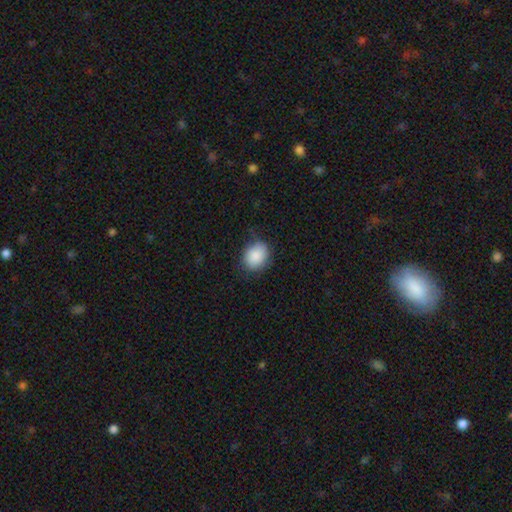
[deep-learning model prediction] A smooth galaxy with no disk features (87%) that is in between round and cigar-shaped (50%).

Vote fractions:
- Smooth or featured? smooth: 87% / star or artifact: 7% / featured or disk: 5%
- How rounded? in between: 50% / round: 49% / cigar-shaped: 1%
- Merging? none: 70% / minor disturbance: 23% / major disturbance: 6% / merger: 1%